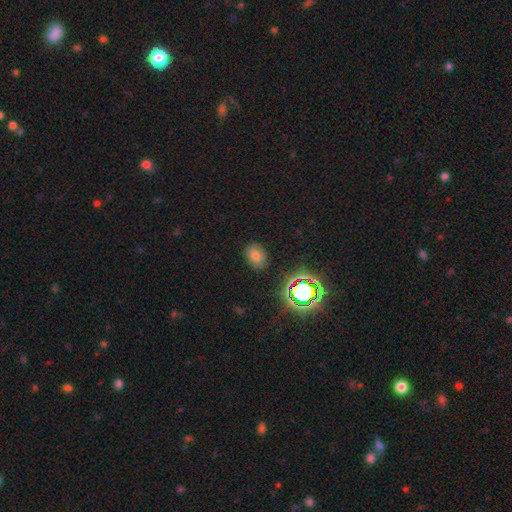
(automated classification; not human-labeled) A smooth galaxy with no disk features (69%) that is in between round and cigar-shaped (64%).

Vote fractions:
- Smooth or featured? smooth: 69% / star or artifact: 20% / featured or disk: 11%
- How rounded? in between: 64% / round: 35% / cigar-shaped: 1%
- Merging? none: 84% / minor disturbance: 11% / major disturbance: 3% / merger: 2%